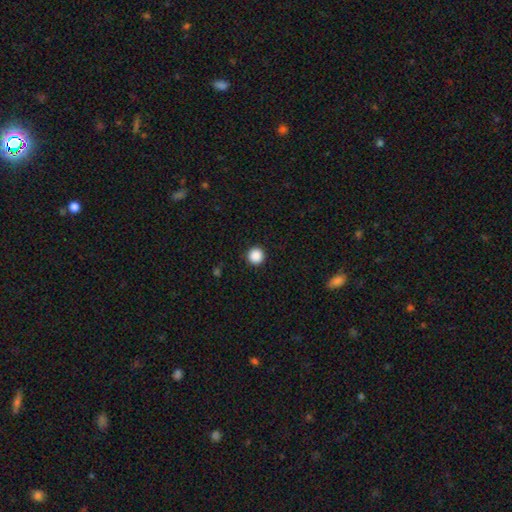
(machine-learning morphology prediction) smooth_or_featured: smooth (p=0.88) [alt: star or artifact p=0.09]
how_rounded: round (p=0.96) [alt: in between p=0.03]
merging: none (p=0.93) [alt: minor disturbance p=0.04]